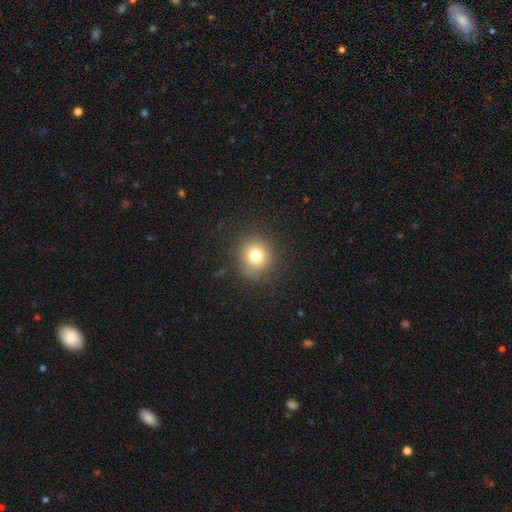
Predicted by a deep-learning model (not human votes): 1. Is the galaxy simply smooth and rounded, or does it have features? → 77% smooth, 13% star or artifact, 10% featured or disk.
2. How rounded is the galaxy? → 89% round, 10% in between, 1% cigar-shaped.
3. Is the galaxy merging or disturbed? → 85% none, 10% minor disturbance, 4% major disturbance, 1% merger.